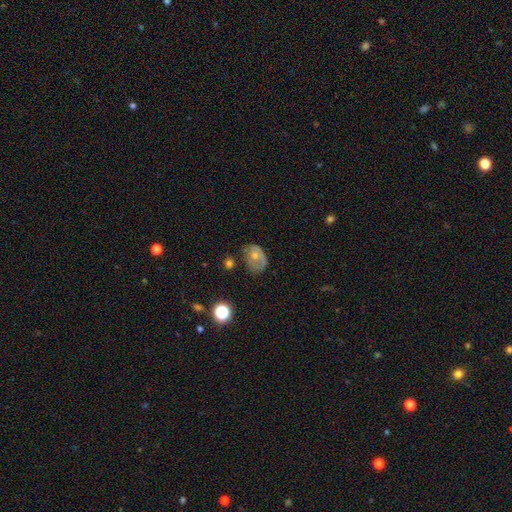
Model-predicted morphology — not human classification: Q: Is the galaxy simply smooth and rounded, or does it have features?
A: smooth — 53%.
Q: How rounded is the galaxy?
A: in between — 67%.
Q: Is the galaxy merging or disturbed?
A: none — 36%.